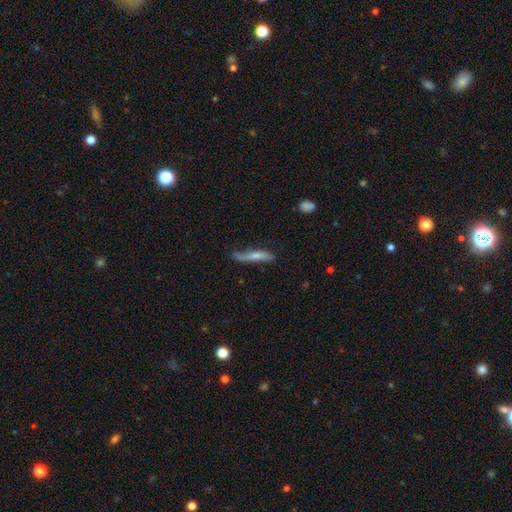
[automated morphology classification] A featured or disk galaxy (47%). Merging: none (75%).